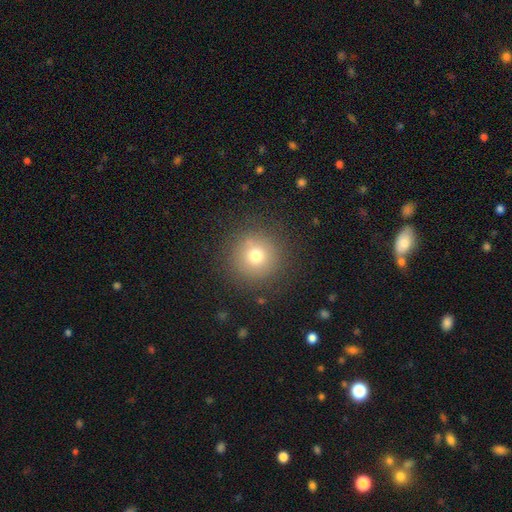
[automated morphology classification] This appears to be a smooth galaxy with no disk features (72%) that is round (96%). Merging: none (86%).